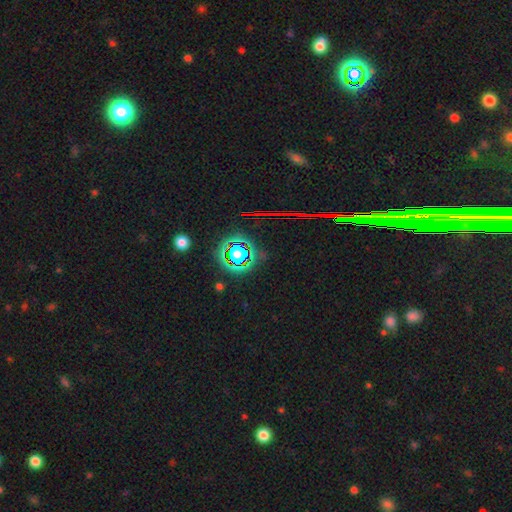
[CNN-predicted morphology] smooth-or-featured: star or artifact: 82% | smooth: 10% | featured or disk: 8%